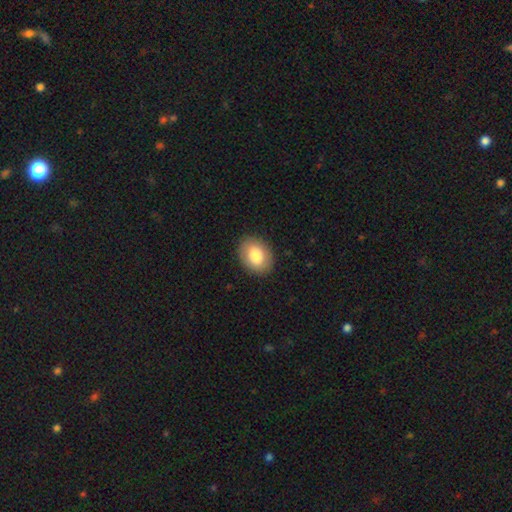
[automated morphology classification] Smooth or featured? Predicted: smooth (p=0.81). How rounded? Predicted: in between (p=0.65). Merging? Predicted: none (p=0.89).